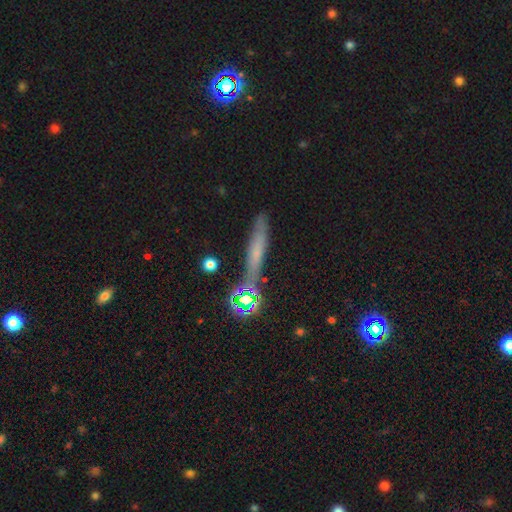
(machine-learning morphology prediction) smooth_or_featured: smooth (p=0.51) [alt: featured or disk p=0.30]
how_rounded: cigar-shaped (p=0.83) [alt: in between p=0.10]
merging: none (p=0.75) [alt: minor disturbance p=0.14]